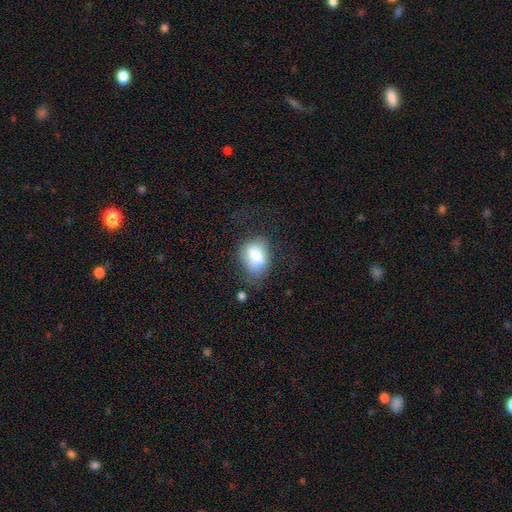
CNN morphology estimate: smooth 74%, featured or disk 18%, star or artifact 9%. Down the decision tree: how rounded — in between (71%); merging — none (46%).